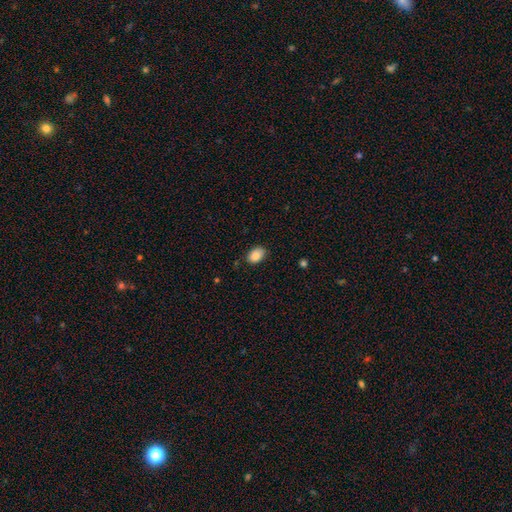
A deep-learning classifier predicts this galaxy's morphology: A smooth galaxy with no disk features (86%) that is in between round and cigar-shaped (85%). Merging: none (82%).